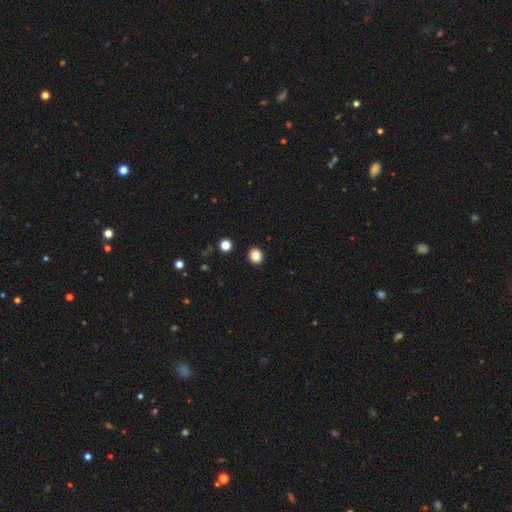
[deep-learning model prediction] This appears to be a smooth galaxy with no disk features (86%) that is round (87%). Merging: none (92%).